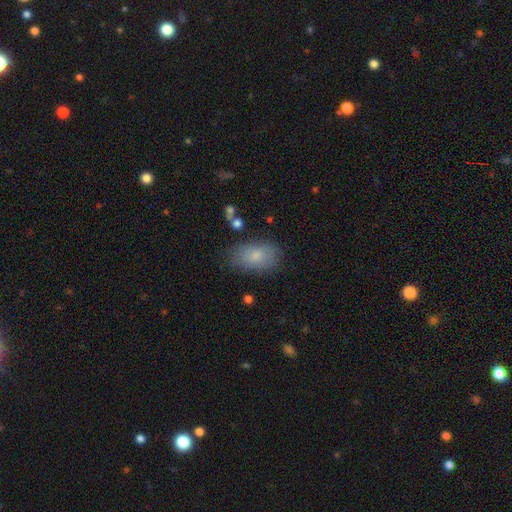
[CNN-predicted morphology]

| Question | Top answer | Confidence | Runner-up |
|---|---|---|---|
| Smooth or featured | smooth | 81% | featured or disk (12%) |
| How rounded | in between | 91% | round (7%) |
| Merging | none | 76% | minor disturbance (17%) |